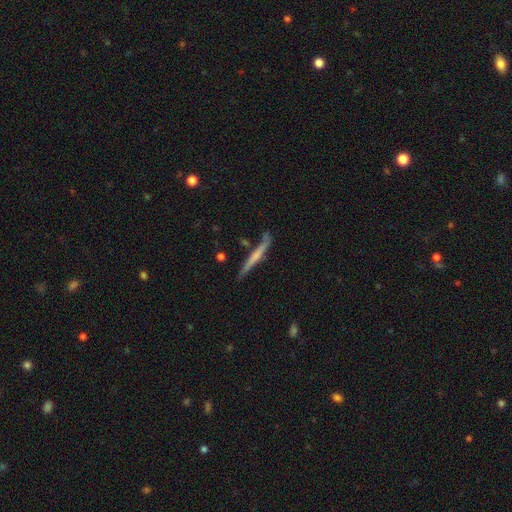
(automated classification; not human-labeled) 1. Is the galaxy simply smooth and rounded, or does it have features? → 53% featured or disk, 41% smooth, 6% star or artifact.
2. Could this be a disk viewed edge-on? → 95% yes, 5% no.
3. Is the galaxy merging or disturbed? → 73% none, 18% minor disturbance, 5% merger, 4% major disturbance.